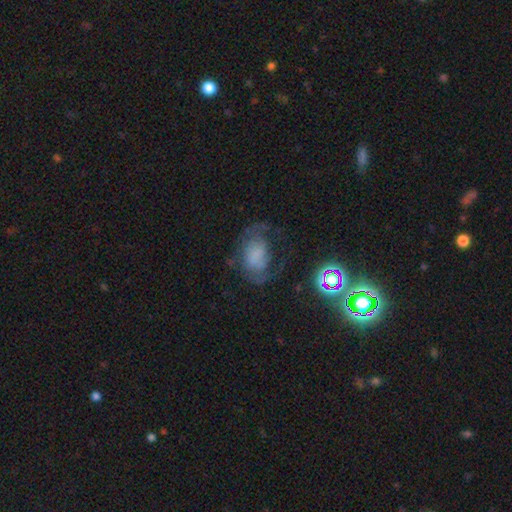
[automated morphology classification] smooth_or_featured: featured or disk (p=0.48) [alt: smooth p=0.36]
merging: none (p=0.48) [alt: major disturbance p=0.26]